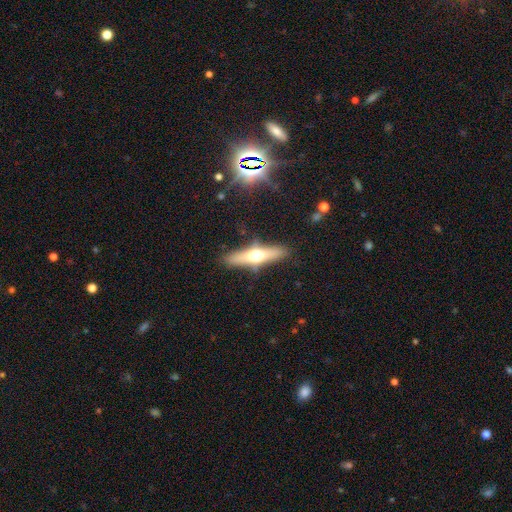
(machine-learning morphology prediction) This is possibly a featured or disk galaxy (55%). It is clearly viewed edge-on (91%). Merging: clearly none (84%).